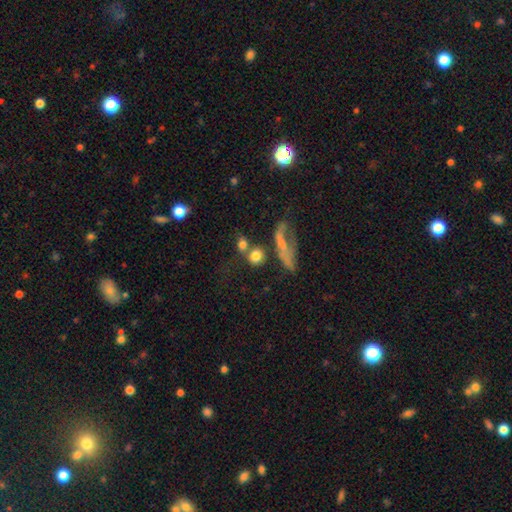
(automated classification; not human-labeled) The model was most divided on "merging": none: 42%, merger: 33%, minor disturbance: 13%, major disturbance: 12%. More confident: smooth or featured — smooth (74%); how rounded — round (70%).